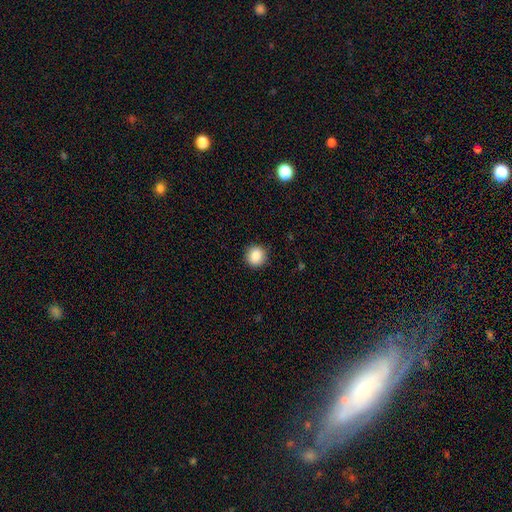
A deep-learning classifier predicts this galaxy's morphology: Overall: smooth (87%). How rounded: round (90%). Merging: none (90%).